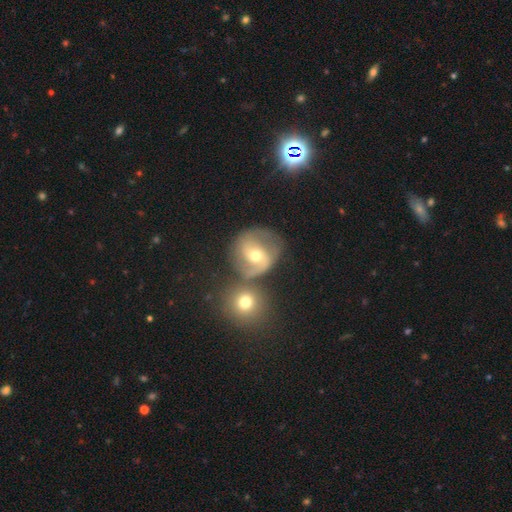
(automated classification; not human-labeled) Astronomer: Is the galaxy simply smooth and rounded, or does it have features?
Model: featured or disk — 70%.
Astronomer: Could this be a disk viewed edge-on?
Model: no — 97%.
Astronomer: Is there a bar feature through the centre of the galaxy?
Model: weak — 43% (runner-up: no, 39%).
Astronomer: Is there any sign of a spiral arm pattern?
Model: yes — 87%.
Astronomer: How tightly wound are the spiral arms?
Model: medium — 53%.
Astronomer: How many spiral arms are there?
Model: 2 — 84%.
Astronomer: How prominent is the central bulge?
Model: moderate — 63%.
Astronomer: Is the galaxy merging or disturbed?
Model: none — 55%.